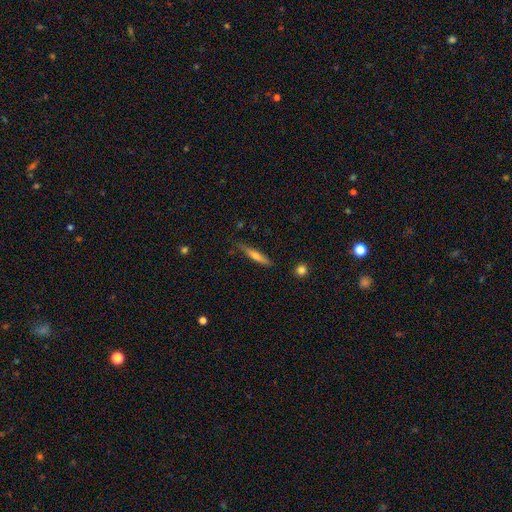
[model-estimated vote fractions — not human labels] smooth-or-featured: featured or disk: 48% | smooth: 45% | star or artifact: 7%
  merging: none: 82% | minor disturbance: 14% | major disturbance: 2% | merger: 2%